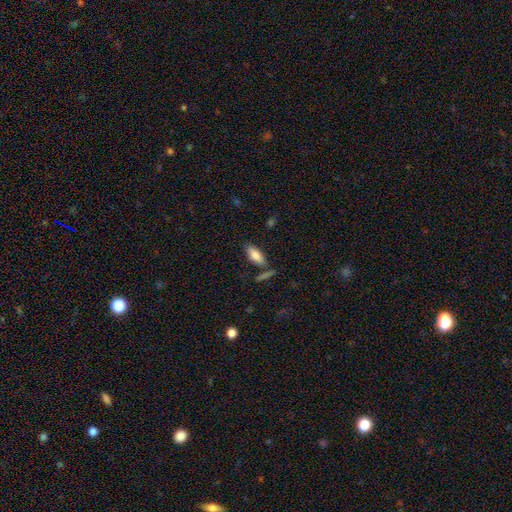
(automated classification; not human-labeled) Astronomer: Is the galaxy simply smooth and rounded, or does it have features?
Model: smooth — 82%.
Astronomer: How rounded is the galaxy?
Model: in between — 81%.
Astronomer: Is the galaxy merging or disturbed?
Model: none — 74%.